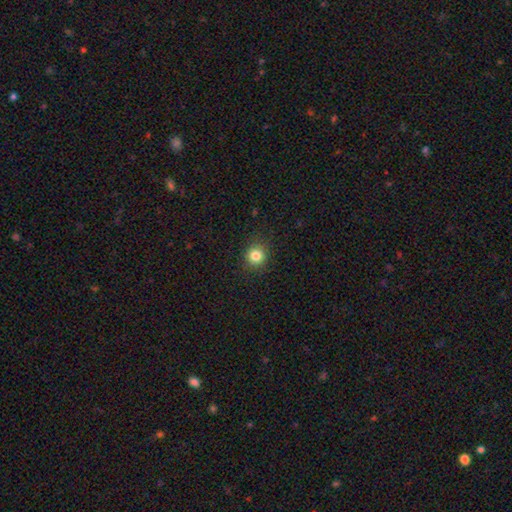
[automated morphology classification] type=smooth (82%); roundness=round (88%); merging=none (89%).